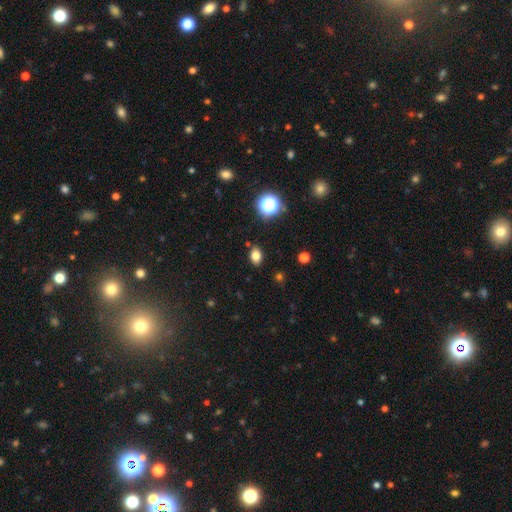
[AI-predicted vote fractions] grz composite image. It shows a smooth galaxy with no disk features (79%) that is in between round and cigar-shaped (75%). Merging: none (86%).